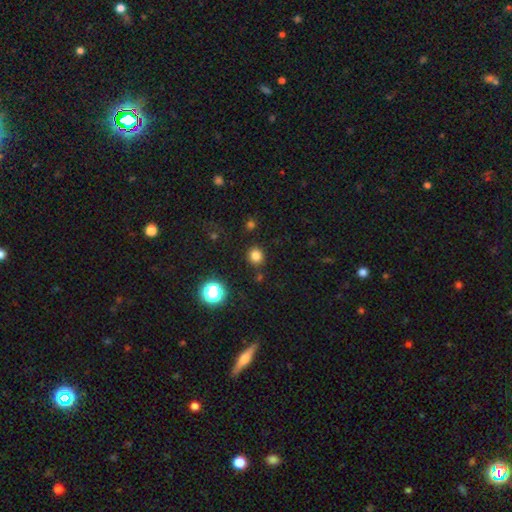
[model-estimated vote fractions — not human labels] The model was most divided on "smooth or featured": smooth: 80%, star or artifact: 15%, featured or disk: 4%. More confident: merging — none (87%); how rounded — round (83%).